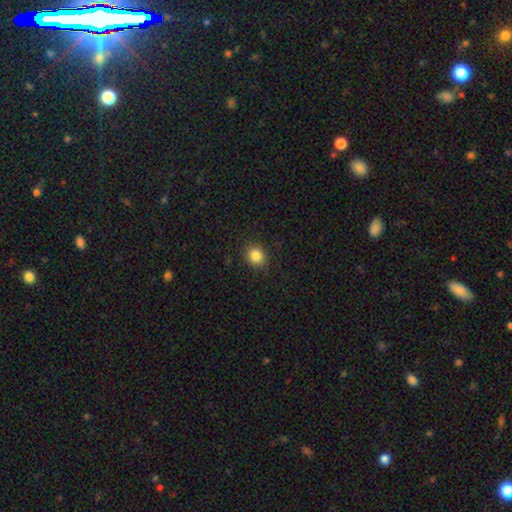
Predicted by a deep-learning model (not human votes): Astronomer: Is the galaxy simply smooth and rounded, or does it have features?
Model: smooth — 85%.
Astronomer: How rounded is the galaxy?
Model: round — 79%.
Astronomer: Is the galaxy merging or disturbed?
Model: none — 90%.